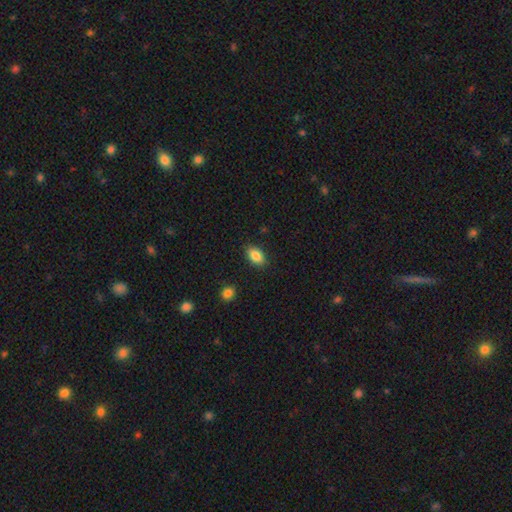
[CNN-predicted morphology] This is clearly a smooth galaxy (86%). How rounded: clearly in between (91%). Merging: clearly none (87%).